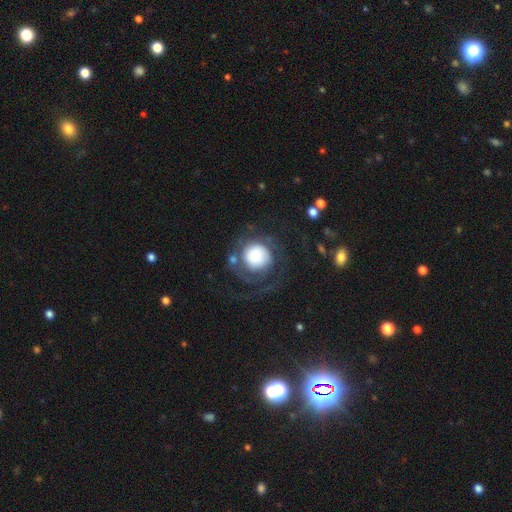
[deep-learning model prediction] Q: Smooth or featured?
A: smooth (46%); runner-up: featured or disk (45%)
Q: Merging?
A: none (47%); runner-up: major disturbance (31%)